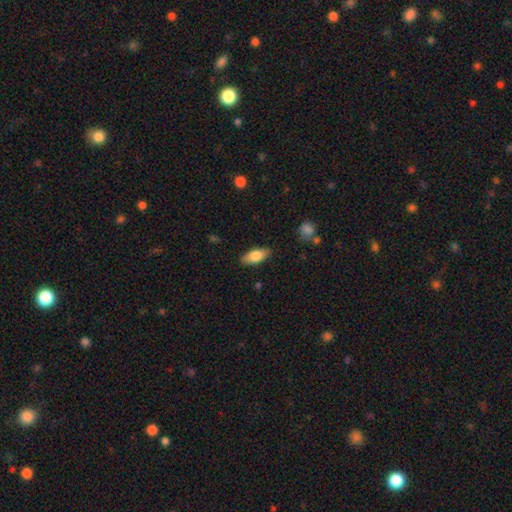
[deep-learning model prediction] A smooth galaxy with no disk features (77%) that is in between round and cigar-shaped (84%). Merging: none (87%).